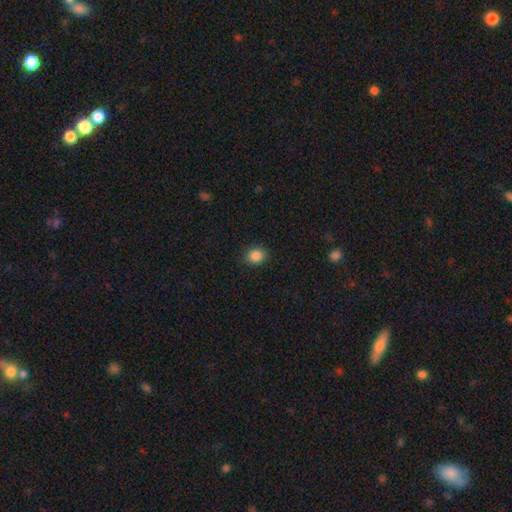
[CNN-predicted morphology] A smooth galaxy with no disk features (86%) that is round (61%).

Vote fractions:
- Smooth or featured? smooth: 86% / star or artifact: 10% / featured or disk: 4%
- How rounded? round: 61% / in between: 38% / cigar-shaped: 1%
- Merging? none: 89% / minor disturbance: 8% / major disturbance: 2% / merger: 1%